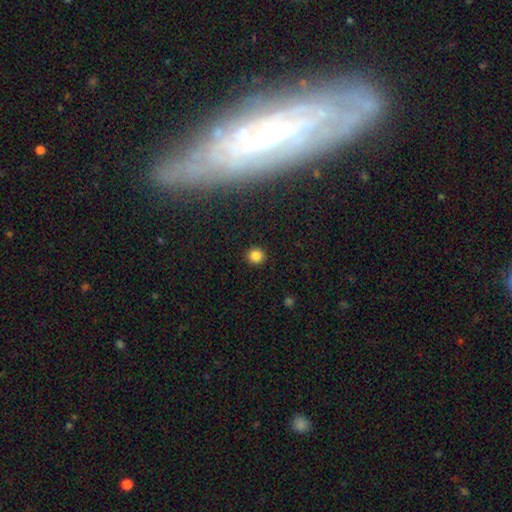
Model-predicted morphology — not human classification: smooth 83%, star or artifact 13%, featured or disk 4%. Down the decision tree: how rounded — round (92%); merging — none (92%).